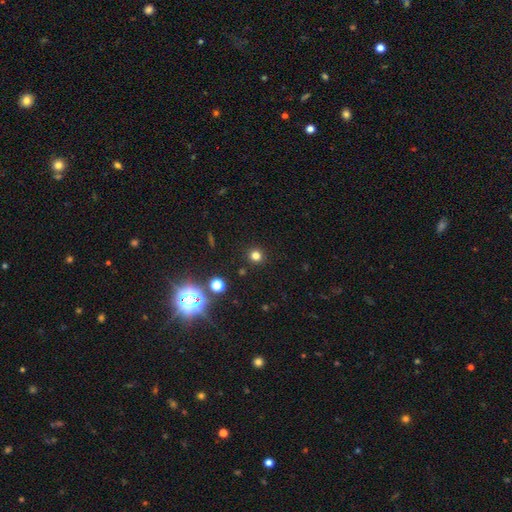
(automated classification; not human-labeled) This appears to be a smooth galaxy with no disk features (75%) that is round (93%). Merging: none (90%).